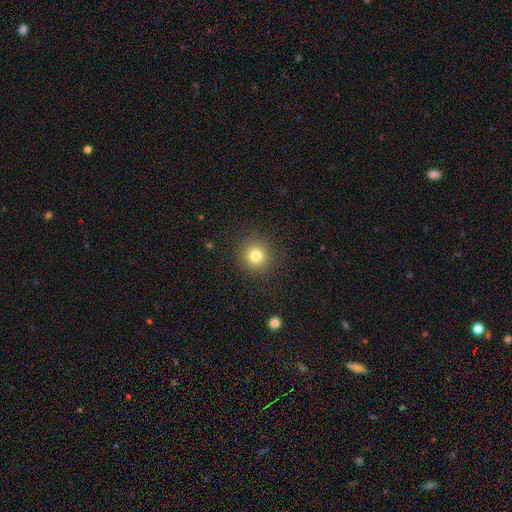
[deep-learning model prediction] Smooth or featured? Predicted: smooth (p=0.79). How rounded? Predicted: round (p=0.93). Merging? Predicted: none (p=0.90).